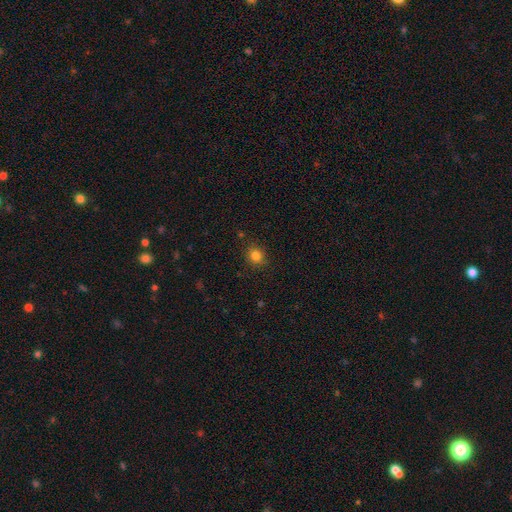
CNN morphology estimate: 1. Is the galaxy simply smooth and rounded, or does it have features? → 82% smooth, 13% star or artifact, 5% featured or disk.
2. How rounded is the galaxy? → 79% round, 20% in between, 1% cigar-shaped.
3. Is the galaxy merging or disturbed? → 87% none, 9% minor disturbance, 2% major disturbance, 1% merger.